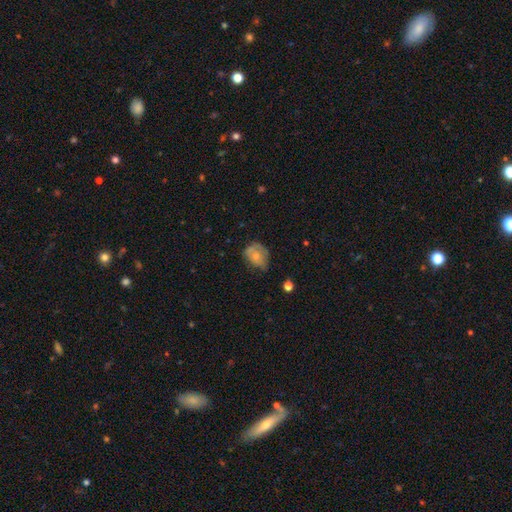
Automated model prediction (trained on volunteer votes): This is possibly a smooth galaxy (59%). How rounded: possibly in between (56%). Merging: marginally none (40%).